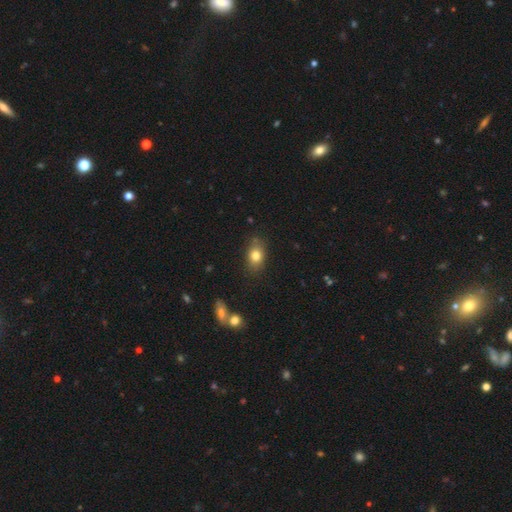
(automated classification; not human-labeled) Morphology: type=smooth (80%); roundness=in between (71%); merging=none (79%).